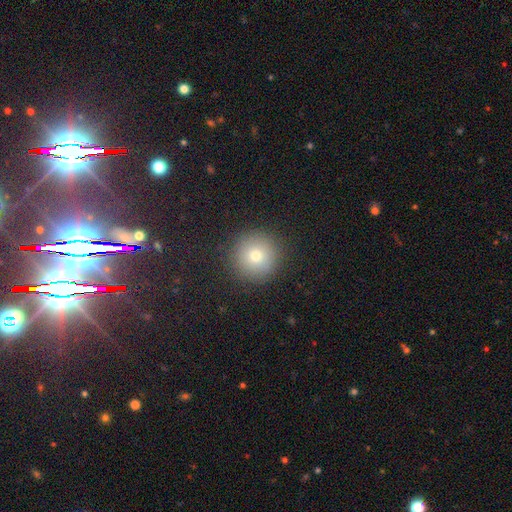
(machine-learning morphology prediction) The model was most divided on "smooth or featured": smooth: 74%, star or artifact: 14%, featured or disk: 12%. More confident: how rounded — round (96%); merging — none (91%).